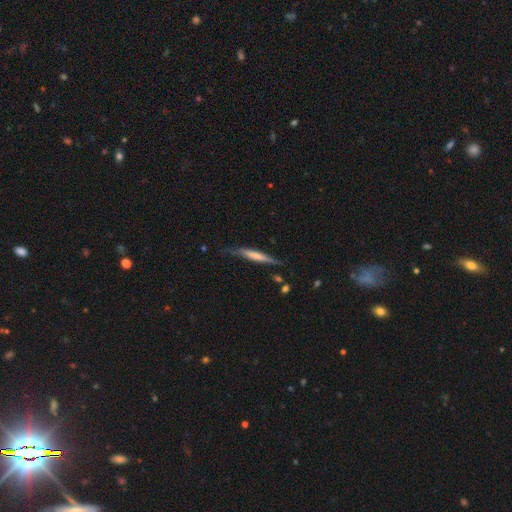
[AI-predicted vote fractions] Smooth or featured? Predicted: smooth (p=0.48). Merging? Predicted: none (p=0.69).